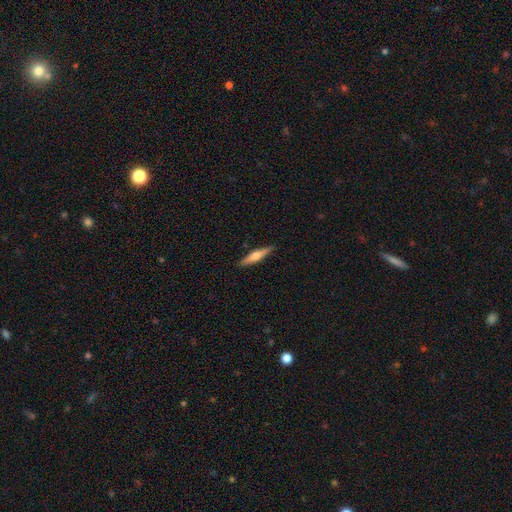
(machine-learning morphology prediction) A smooth galaxy with no disk features (55%) that is cigar-shaped (86%). Merging: none (90%).